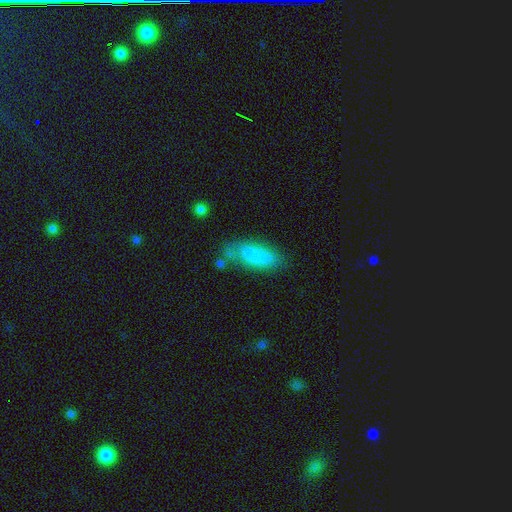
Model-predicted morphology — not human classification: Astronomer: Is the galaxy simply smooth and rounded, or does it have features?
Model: smooth — 82%.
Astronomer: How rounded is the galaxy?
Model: in between — 71%.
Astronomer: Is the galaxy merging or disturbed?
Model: none — 61%.